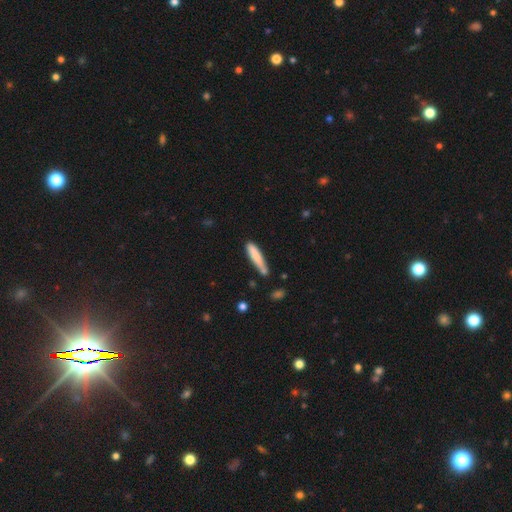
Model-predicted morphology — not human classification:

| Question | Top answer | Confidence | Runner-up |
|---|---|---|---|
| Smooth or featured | smooth | 78% | featured or disk (16%) |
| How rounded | cigar-shaped | 87% | in between (12%) |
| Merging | none | 65% | minor disturbance (23%) |